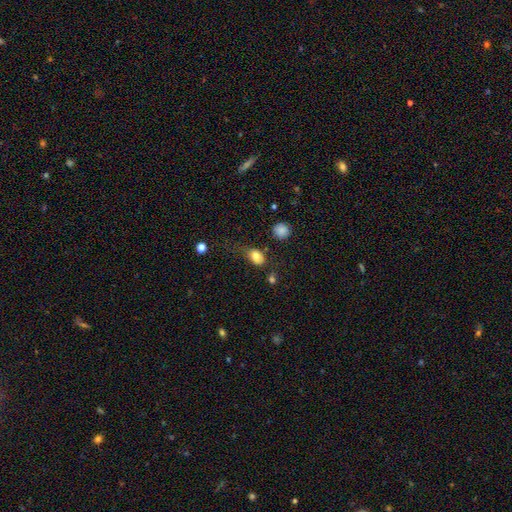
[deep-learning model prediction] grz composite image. It shows a smooth galaxy with no disk features (80%) that is in between round and cigar-shaped (71%). Merging: none (44%).